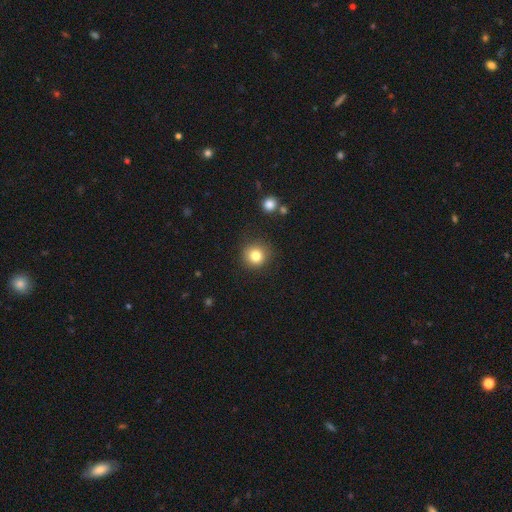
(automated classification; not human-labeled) This is clearly a smooth galaxy (81%). How rounded: clearly round (93%). Merging: clearly none (88%).